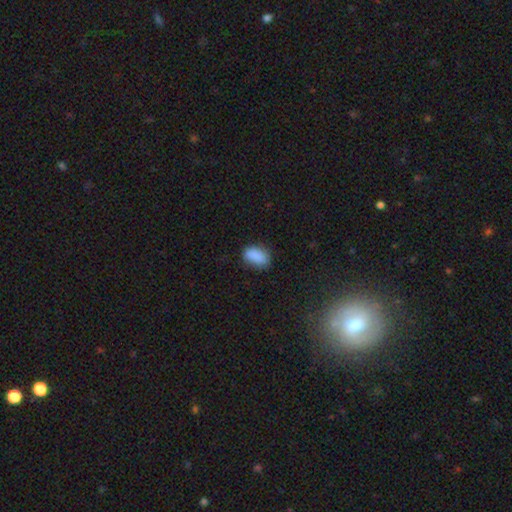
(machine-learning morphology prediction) smooth-or-featured: smooth: 87% | star or artifact: 9% | featured or disk: 5%
  how-rounded: in between: 88% | round: 10% | cigar-shaped: 2%
  merging: none: 73% | minor disturbance: 21% | major disturbance: 5% | merger: 2%